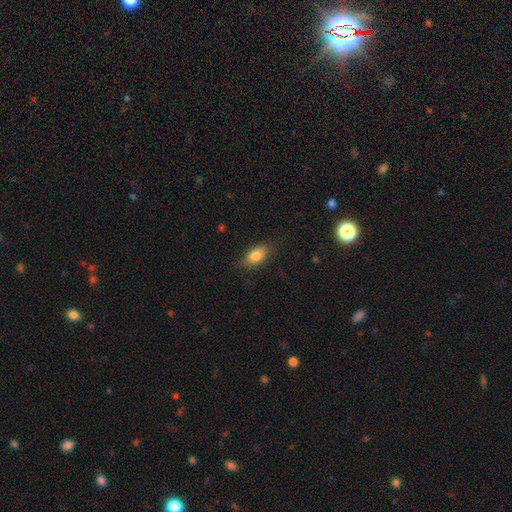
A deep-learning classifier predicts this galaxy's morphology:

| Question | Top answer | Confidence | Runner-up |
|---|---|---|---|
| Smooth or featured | smooth | 82% | featured or disk (11%) |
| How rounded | in between | 87% | cigar-shaped (7%) |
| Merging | none | 82% | minor disturbance (14%) |